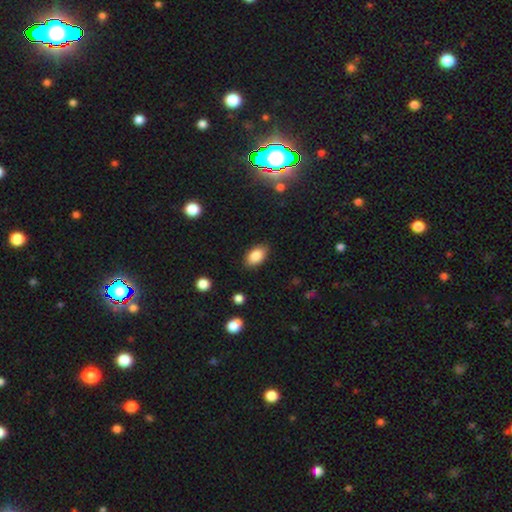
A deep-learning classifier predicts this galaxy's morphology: A smooth galaxy with no disk features (84%) that is in between round and cigar-shaped (90%). Merging: none (86%).